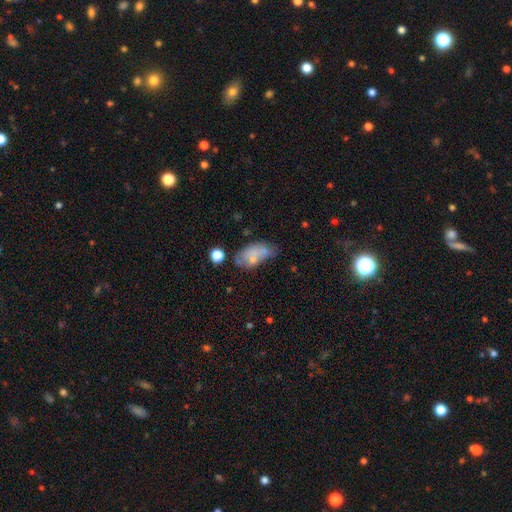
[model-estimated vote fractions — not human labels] A smooth galaxy with no disk features (56%) that is in between round and cigar-shaped (86%). Merging: none (36%).